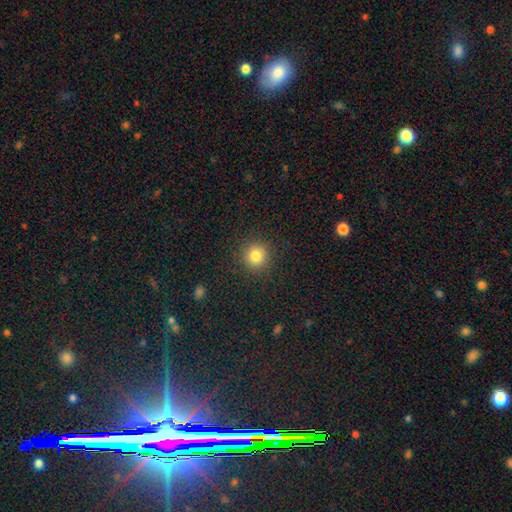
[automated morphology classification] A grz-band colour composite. It shows a smooth galaxy with no disk features (81%) that is round (93%). Merging: none (90%).